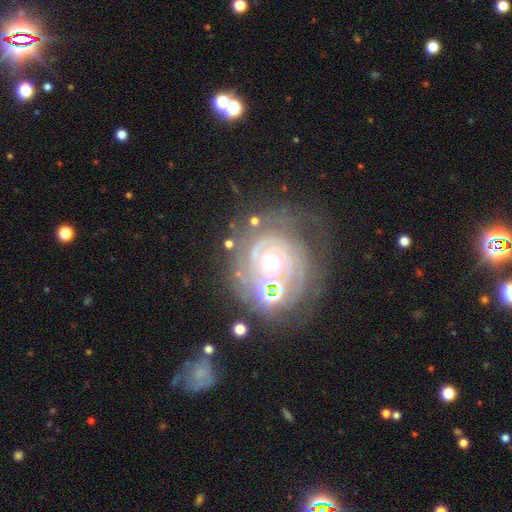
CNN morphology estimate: Overall: featured or disk (79%). Edge-on disk: no (97%). Bar: no (78%). Spiral arms: yes (81%). Spiral arm count: can't tell (36%; 2 28%). Spiral winding: tight (74%). Bulge size: moderate (68%). Merging: none (62%).